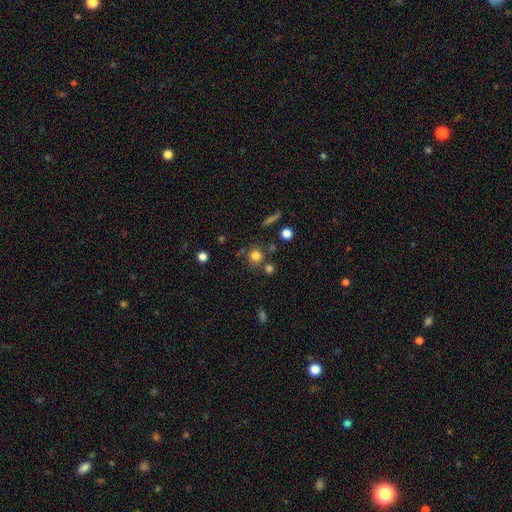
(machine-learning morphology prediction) smooth_or_featured: smooth (p=0.79) [alt: star or artifact p=0.13]
how_rounded: round (p=0.89) [alt: in between p=0.10]
merging: none (p=0.74) [alt: merger p=0.11]